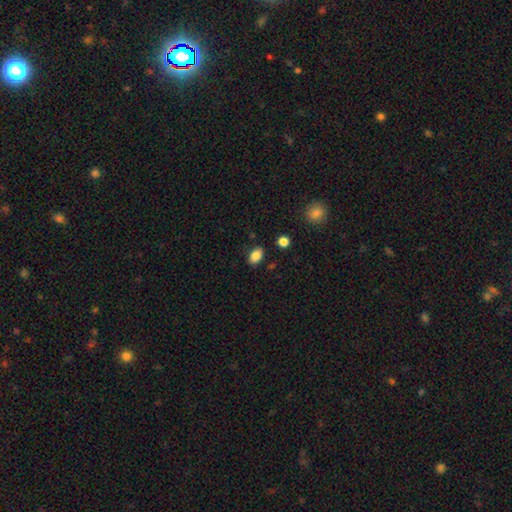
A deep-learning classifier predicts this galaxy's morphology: A smooth galaxy with no disk features (86%) that is in between round and cigar-shaped (86%). Merging: none (84%).